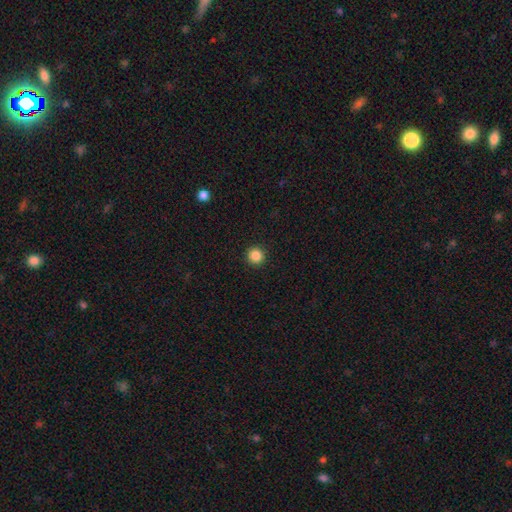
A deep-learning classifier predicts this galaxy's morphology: type=smooth (86%); roundness=round (96%); merging=none (93%).